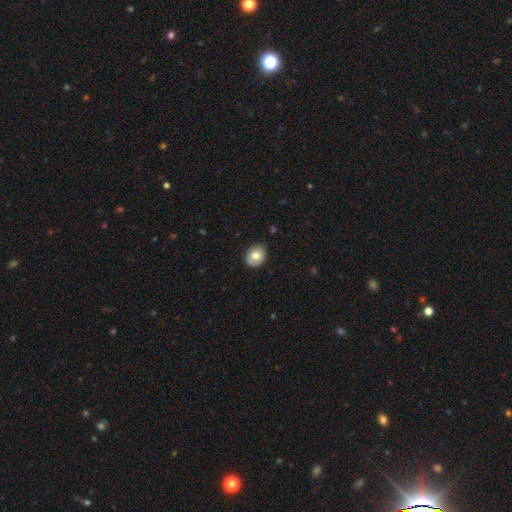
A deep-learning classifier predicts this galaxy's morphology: Overall: smooth (73%). How rounded: round (51%; in between 48%). Merging: none (85%).